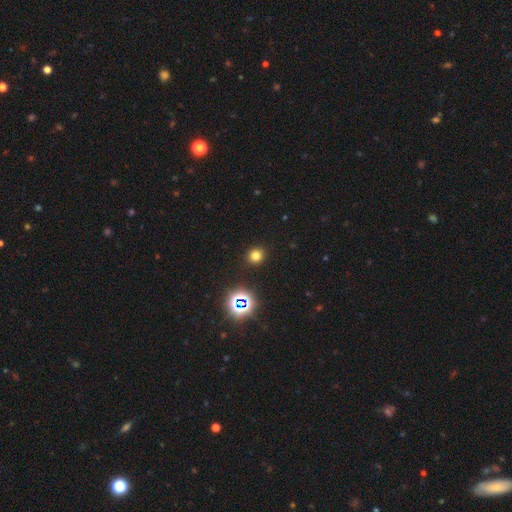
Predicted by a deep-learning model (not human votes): Smooth or featured: smooth — 74% (star or artifact — 21%)
How rounded: round — 89% (in between — 10%)
Merging: none — 92% (minor disturbance — 5%)